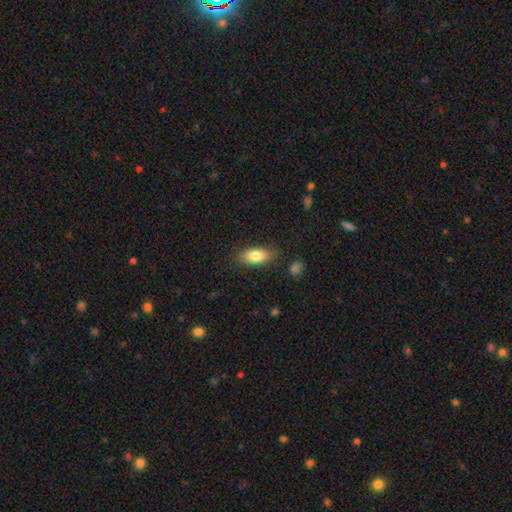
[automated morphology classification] Q: Smooth or featured?
A: smooth (82%); runner-up: featured or disk (11%)
Q: How rounded?
A: in between (86%); runner-up: cigar-shaped (10%)
Q: Merging?
A: none (82%); runner-up: minor disturbance (13%)